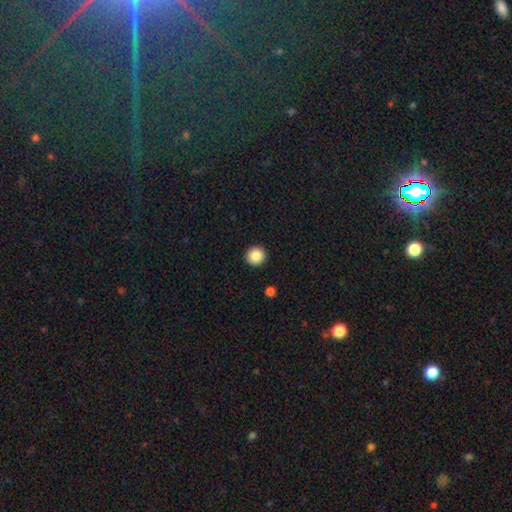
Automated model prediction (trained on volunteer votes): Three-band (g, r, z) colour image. It shows a smooth galaxy with no disk features (86%) that is round (95%). Merging: none (93%).